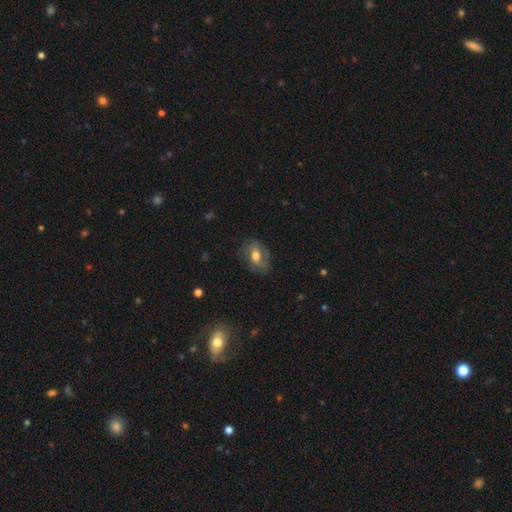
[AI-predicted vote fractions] Smooth or featured? featured or disk (48%)
Merging? none (65%)